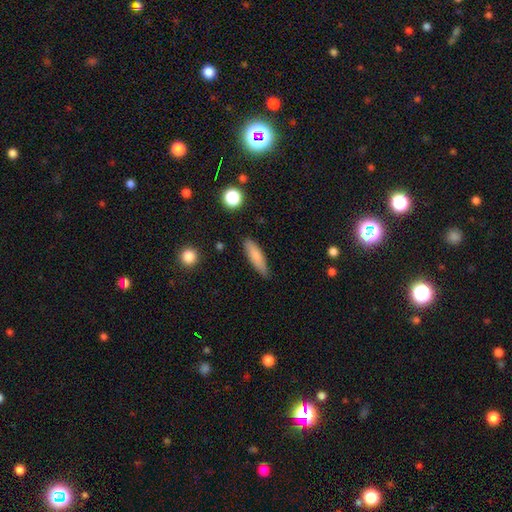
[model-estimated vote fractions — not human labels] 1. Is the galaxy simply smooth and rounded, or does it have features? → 81% smooth, 13% featured or disk, 7% star or artifact.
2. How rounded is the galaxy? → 66% cigar-shaped, 32% in between, 2% round.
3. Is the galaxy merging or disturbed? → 83% none, 13% minor disturbance, 2% major disturbance, 2% merger.